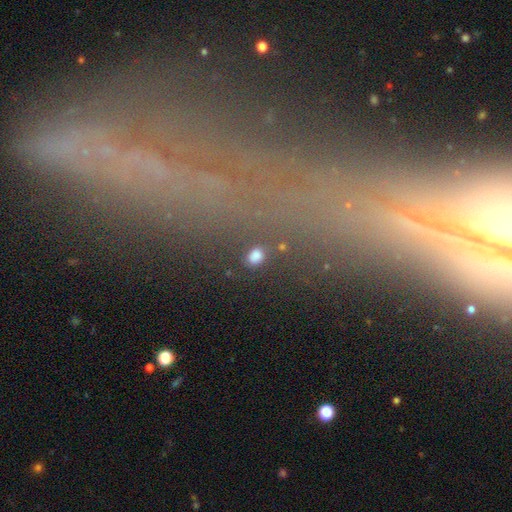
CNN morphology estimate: smooth-or-featured: smooth: 75% | star or artifact: 19% | featured or disk: 6%
  how-rounded: round: 55% | in between: 43% | cigar-shaped: 2%
  merging: none: 81% | minor disturbance: 10% | major disturbance: 5% | merger: 5%